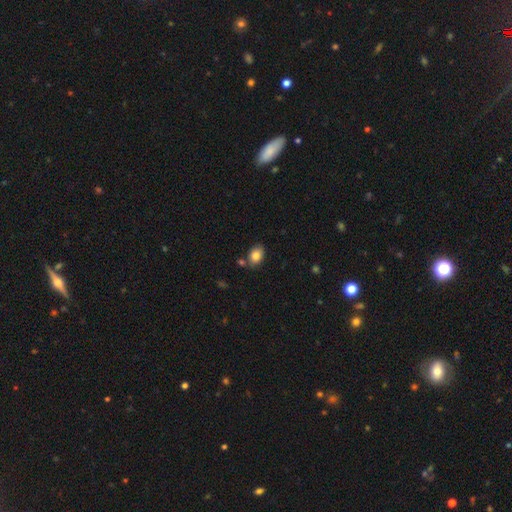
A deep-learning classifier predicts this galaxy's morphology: The model was most divided on "merging": none: 75%, minor disturbance: 14%, merger: 8%, major disturbance: 3%. More confident: smooth or featured — smooth (84%); how rounded — in between (80%).